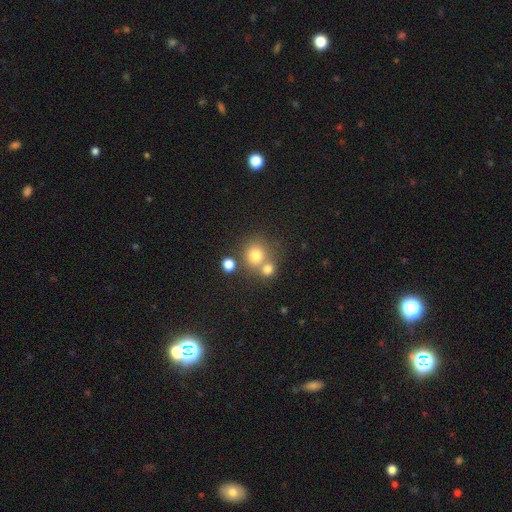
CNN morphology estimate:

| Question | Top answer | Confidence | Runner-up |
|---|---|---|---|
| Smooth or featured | smooth | 75% | star or artifact (14%) |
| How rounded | round | 85% | in between (14%) |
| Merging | none | 52% | merger (37%) |